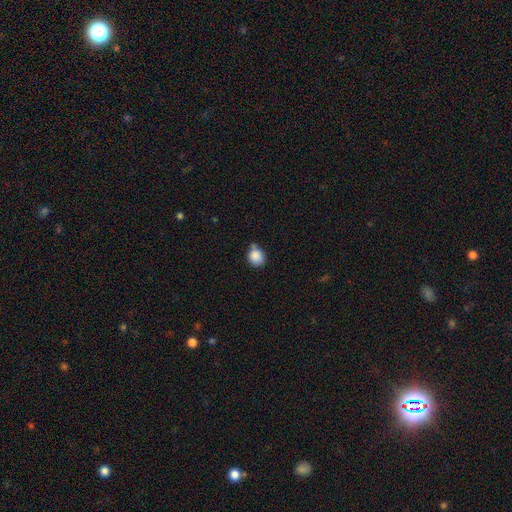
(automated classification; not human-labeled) The model was most divided on "merging": none: 57%, minor disturbance: 25%, merger: 13%, major disturbance: 5%. More confident: smooth or featured — smooth (87%); how rounded — round (68%).